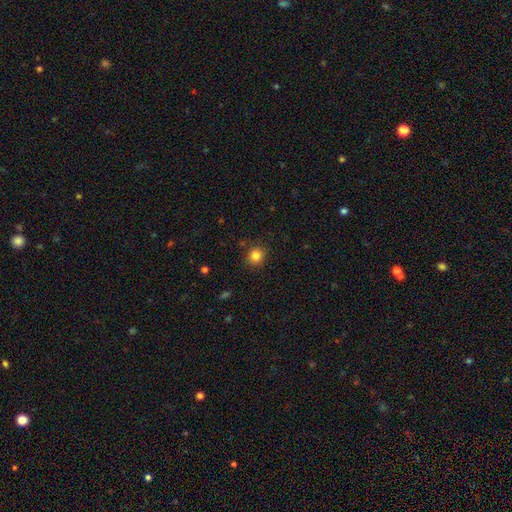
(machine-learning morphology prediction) Smooth or featured? Predicted: smooth (p=0.83). How rounded? Predicted: round (p=0.88). Merging? Predicted: none (p=0.88).